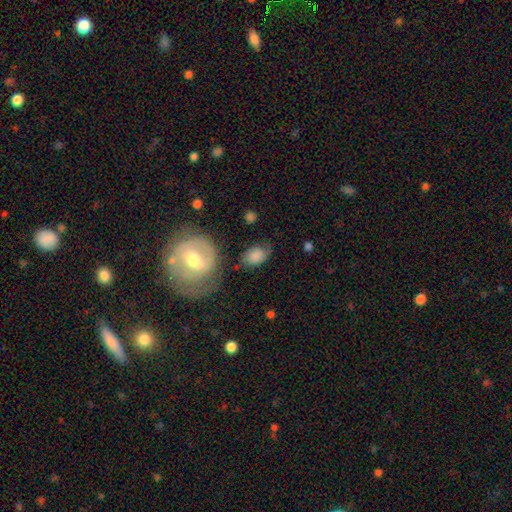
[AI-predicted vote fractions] Overall: smooth (74%). How rounded: in between (78%). Merging: none (60%; minor disturbance 24%).